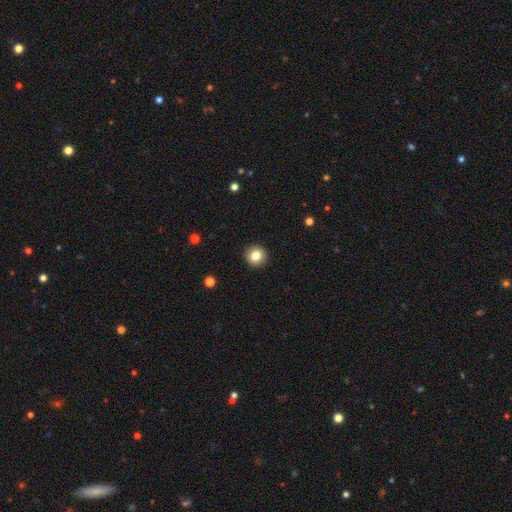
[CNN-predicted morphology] type=smooth (82%); roundness=round (95%); merging=none (93%).